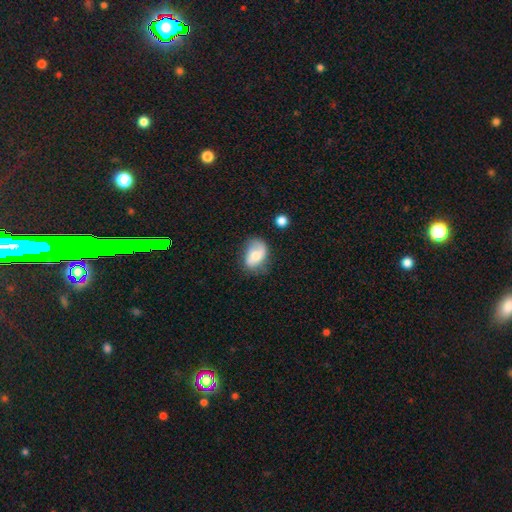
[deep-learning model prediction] smooth-or-featured: smooth: 56% | featured or disk: 36% | star or artifact: 8%
  how-rounded: in between: 80% | round: 18% | cigar-shaped: 1%
  merging: none: 57% | minor disturbance: 30% | major disturbance: 10% | merger: 3%